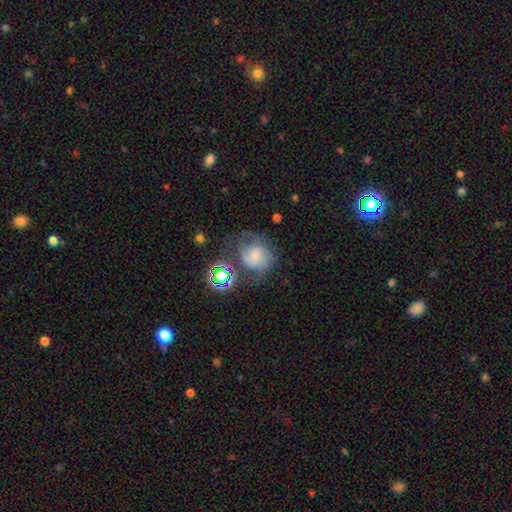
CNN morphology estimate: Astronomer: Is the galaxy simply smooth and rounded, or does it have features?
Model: smooth — 46% (runner-up: featured or disk, 39%).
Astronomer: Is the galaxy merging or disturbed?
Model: none — 42% (runner-up: minor disturbance, 26%).